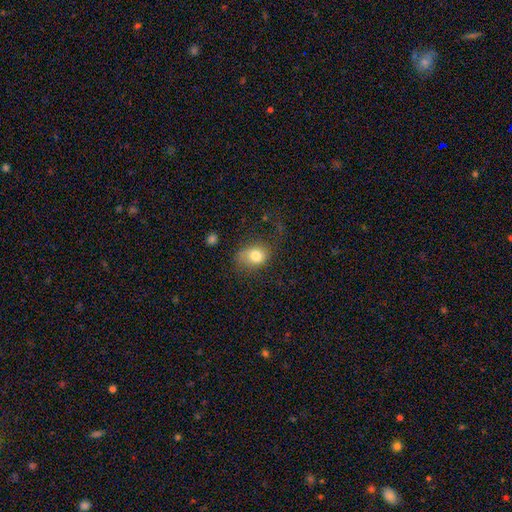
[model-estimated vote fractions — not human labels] A smooth galaxy with no disk features (79%) that is in between round and cigar-shaped (56%).

Vote fractions:
- Smooth or featured? smooth: 79% / featured or disk: 11% / star or artifact: 10%
- How rounded? in between: 56% / round: 43% / cigar-shaped: 1%
- Merging? none: 57% / minor disturbance: 27% / major disturbance: 15% / merger: 2%